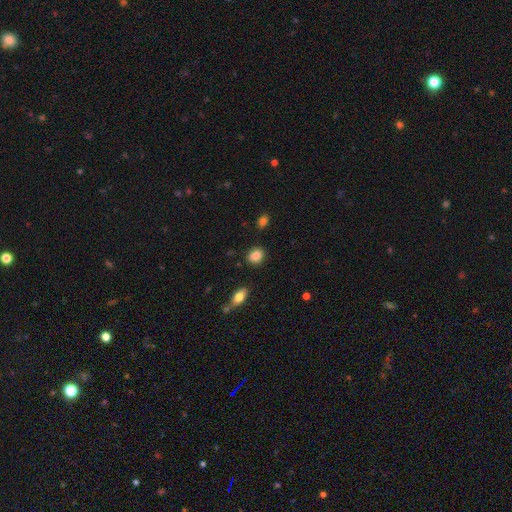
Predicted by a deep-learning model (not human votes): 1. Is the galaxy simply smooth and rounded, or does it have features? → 87% smooth, 8% star or artifact, 4% featured or disk.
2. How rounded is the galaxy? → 54% round, 44% in between, 2% cigar-shaped.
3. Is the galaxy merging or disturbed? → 84% none, 11% minor disturbance, 3% major disturbance, 2% merger.